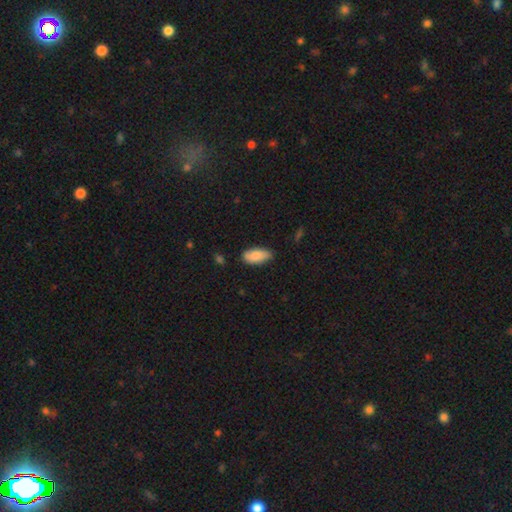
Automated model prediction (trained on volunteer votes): Q: Smooth or featured?
A: smooth (85%); runner-up: featured or disk (9%)
Q: How rounded?
A: in between (90%); runner-up: cigar-shaped (8%)
Q: Merging?
A: none (76%); runner-up: minor disturbance (20%)